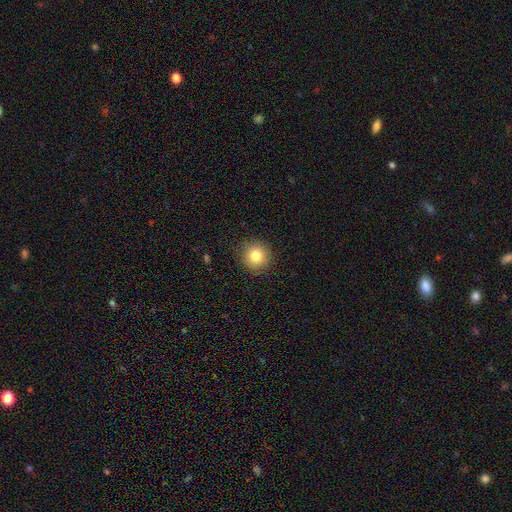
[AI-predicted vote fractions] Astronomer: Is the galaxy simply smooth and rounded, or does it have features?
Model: smooth — 81%.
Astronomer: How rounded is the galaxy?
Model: round — 94%.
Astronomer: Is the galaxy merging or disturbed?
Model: none — 90%.